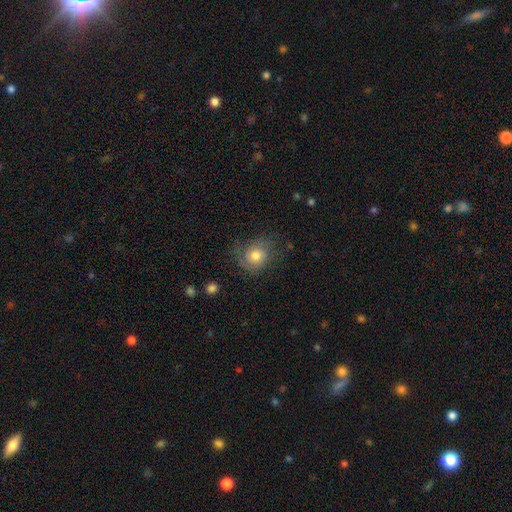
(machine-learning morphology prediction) Smooth or featured?
  - smooth: 58% *
  - featured or disk: 33%
  - star or artifact: 9%
How rounded?
  - round: 70% *
  - in between: 29%
  - cigar-shaped: 1%
Merging?
  - none: 62% *
  - minor disturbance: 23%
  - major disturbance: 13%
  - merger: 2%